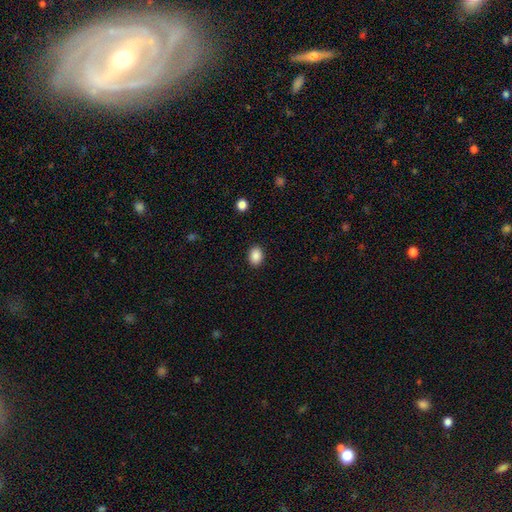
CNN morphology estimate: Overall: smooth (89%). How rounded: in between (67%; round 33%). Merging: none (90%).